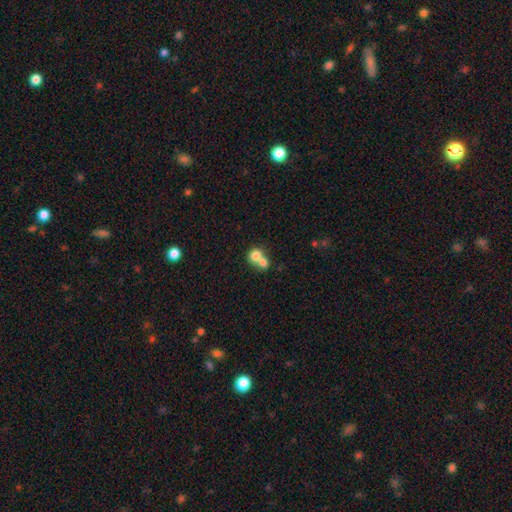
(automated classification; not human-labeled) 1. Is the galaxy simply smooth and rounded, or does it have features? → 75% smooth, 16% featured or disk, 10% star or artifact.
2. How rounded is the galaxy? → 75% round, 24% in between, 1% cigar-shaped.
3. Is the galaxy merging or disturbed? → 68% merger, 25% none, 5% minor disturbance, 3% major disturbance.